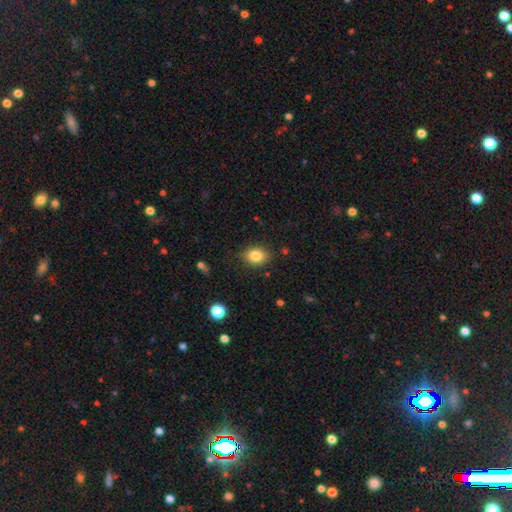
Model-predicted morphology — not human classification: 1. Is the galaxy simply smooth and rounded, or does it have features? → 82% smooth, 10% star or artifact, 8% featured or disk.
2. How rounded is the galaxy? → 61% in between, 38% round, 1% cigar-shaped.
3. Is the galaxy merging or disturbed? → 82% none, 14% minor disturbance, 3% major disturbance, 1% merger.